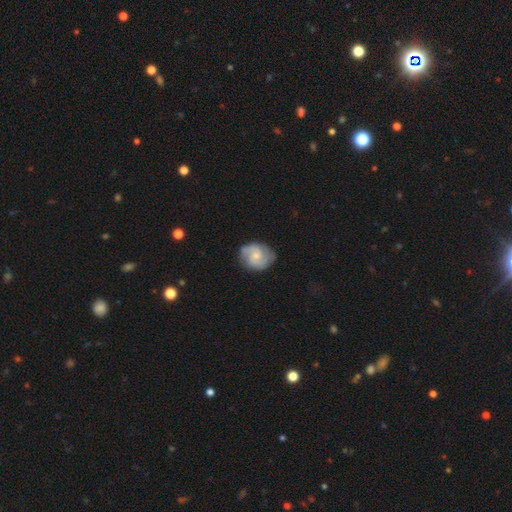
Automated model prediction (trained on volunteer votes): smooth_or_featured: featured or disk (p=0.69) [alt: smooth p=0.26]
disk_edge_on: no (p=0.98) [alt: yes p=0.02]
bar: no (p=0.63) [alt: weak p=0.33]
has_spiral_arms: yes (p=0.93) [alt: no p=0.07]
spiral_winding: medium (p=0.44) [alt: tight p=0.41]
spiral_arm_count: 2 (p=0.66) [alt: can't tell p=0.14]
bulge_size: small (p=0.51) [alt: moderate p=0.40]
merging: none (p=0.74) [alt: minor disturbance p=0.19]